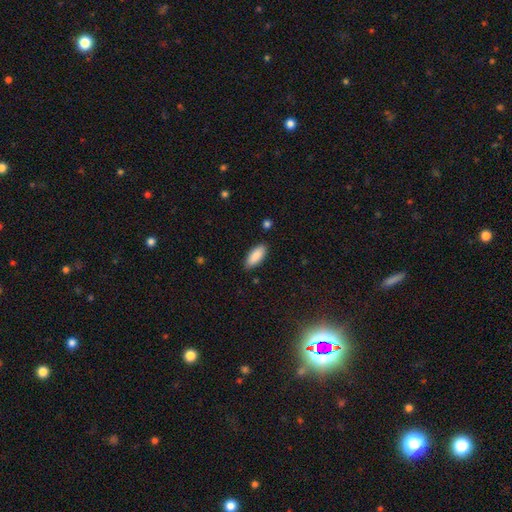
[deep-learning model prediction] Overall: smooth (89%). How rounded: in between (79%). Merging: none (87%).